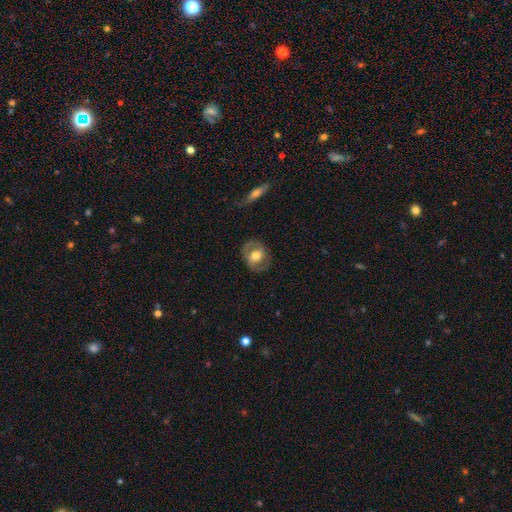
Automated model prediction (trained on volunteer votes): Smooth or featured?
  - featured or disk: 50% *
  - smooth: 43%
  - star or artifact: 7%
Edge-on disk?
  - no: 93% *
  - yes: 7%
Merging?
  - none: 78% *
  - minor disturbance: 14%
  - major disturbance: 6%
  - merger: 1%